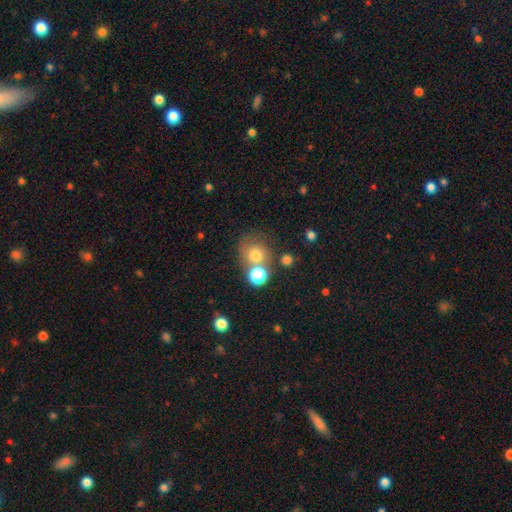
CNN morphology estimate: smooth-or-featured: smooth: 73% | star or artifact: 15% | featured or disk: 12%
  how-rounded: round: 82% | in between: 17% | cigar-shaped: 1%
  merging: none: 55% | merger: 28% | minor disturbance: 12% | major disturbance: 6%